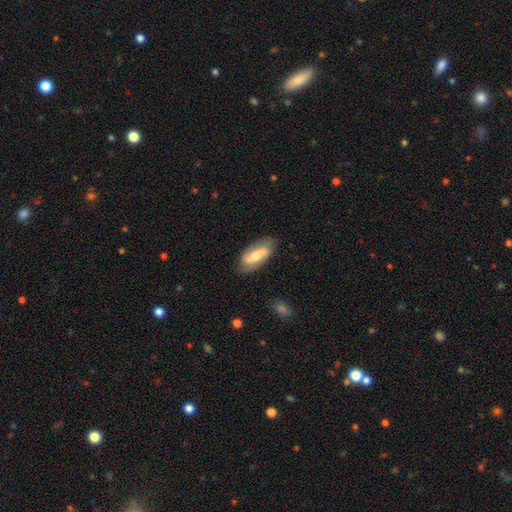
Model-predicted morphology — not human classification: This is possibly a featured or disk galaxy (58%). It is clearly not viewed edge-on (84%). Merging: clearly none (82%).